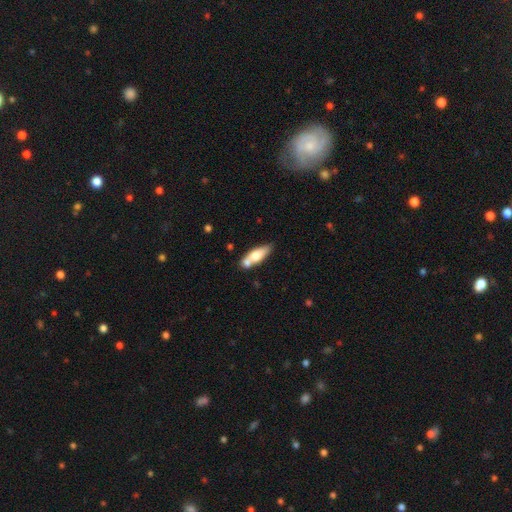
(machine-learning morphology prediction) Smooth or featured?
  - smooth: 65% *
  - featured or disk: 29%
  - star or artifact: 6%
How rounded?
  - in between: 57% *
  - cigar-shaped: 40%
  - round: 3%
Merging?
  - none: 51% *
  - merger: 29%
  - minor disturbance: 16%
  - major disturbance: 4%